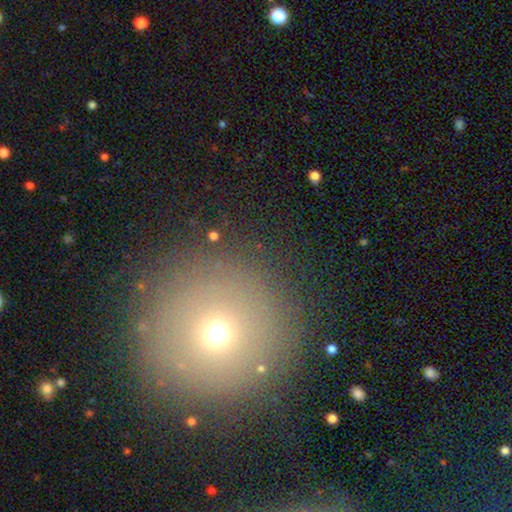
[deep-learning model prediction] Overall: smooth (59%; star or artifact 29%). How rounded: round (95%). Merging: none (87%).